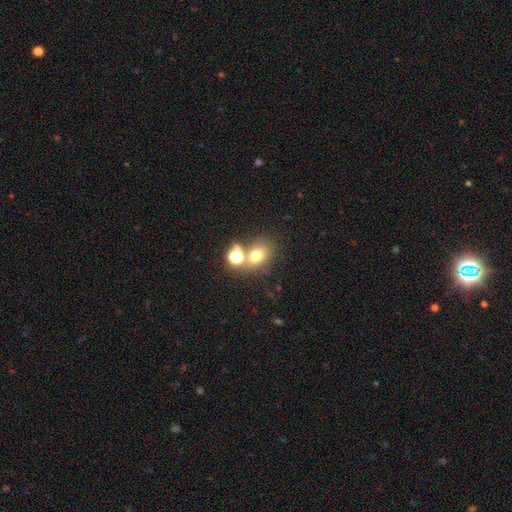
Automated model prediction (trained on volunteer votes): Smooth or featured?
  - smooth: 69% *
  - star or artifact: 18%
  - featured or disk: 12%
How rounded?
  - round: 52% *
  - in between: 47%
  - cigar-shaped: 1%
Merging?
  - none: 53% *
  - merger: 31%
  - minor disturbance: 11%
  - major disturbance: 6%